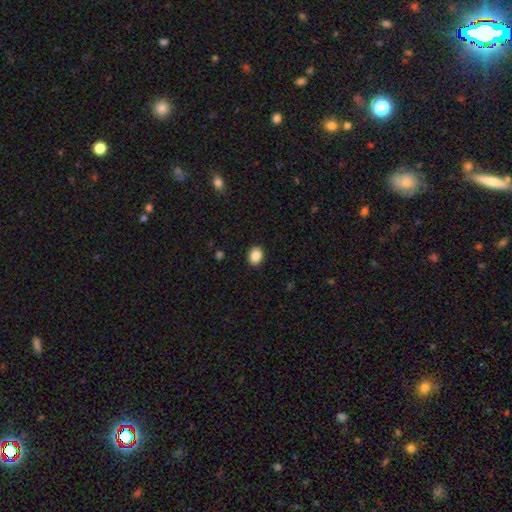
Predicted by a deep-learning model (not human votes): smooth 87%, star or artifact 9%, featured or disk 4%. Down the decision tree: how rounded — round (53%); merging — none (91%).